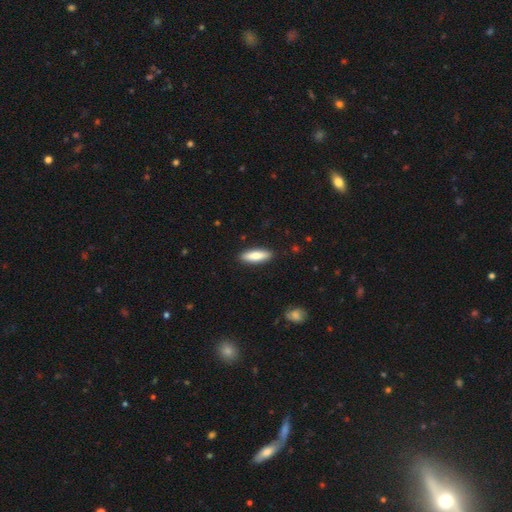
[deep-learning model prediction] Smooth or featured?
  - smooth: 80% *
  - featured or disk: 14%
  - star or artifact: 5%
How rounded?
  - cigar-shaped: 53% *
  - in between: 46%
  - round: 2%
Merging?
  - none: 90% *
  - minor disturbance: 7%
  - major disturbance: 2%
  - merger: 1%